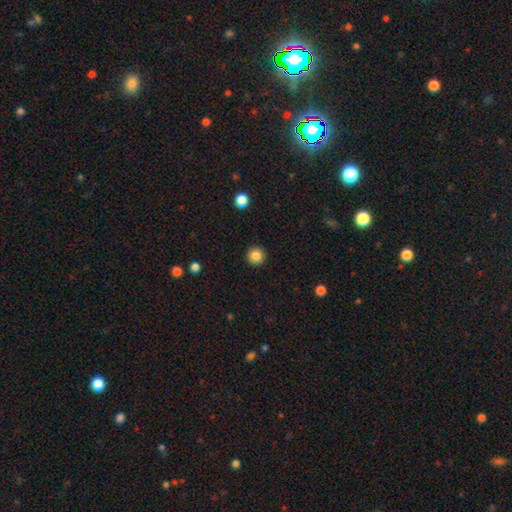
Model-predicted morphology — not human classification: smooth-or-featured: smooth: 85% | star or artifact: 10% | featured or disk: 5%
  how-rounded: round: 96% | in between: 3% | cigar-shaped: 1%
  merging: none: 93% | minor disturbance: 4% | major disturbance: 2% | merger: 1%